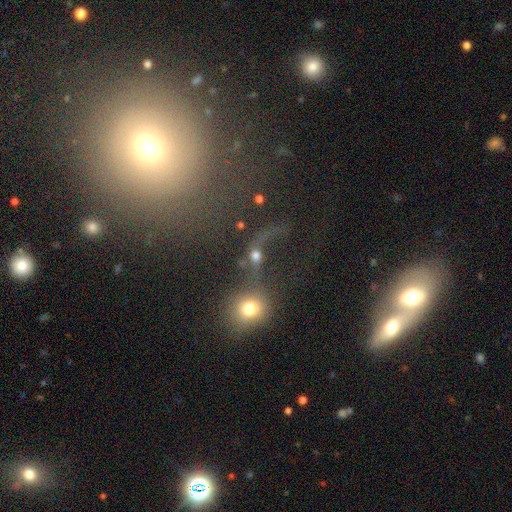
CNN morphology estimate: Overall: smooth (53%; featured or disk 26%). How rounded: round (65%; in between 30%). Merging: merger (41%; none 27%).